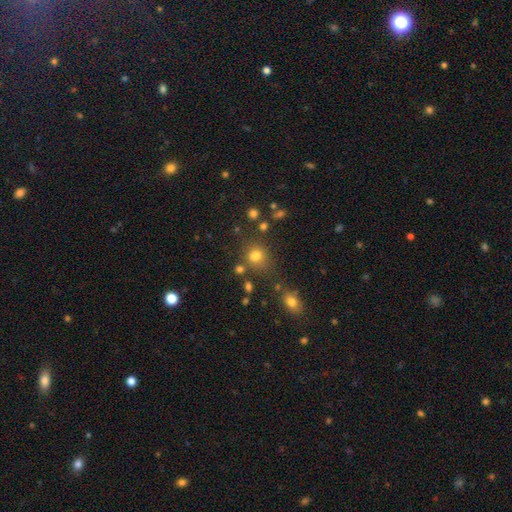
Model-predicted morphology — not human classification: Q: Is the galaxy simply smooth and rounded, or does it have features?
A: smooth — 73%.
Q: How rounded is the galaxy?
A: round — 75%.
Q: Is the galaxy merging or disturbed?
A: none — 65%.